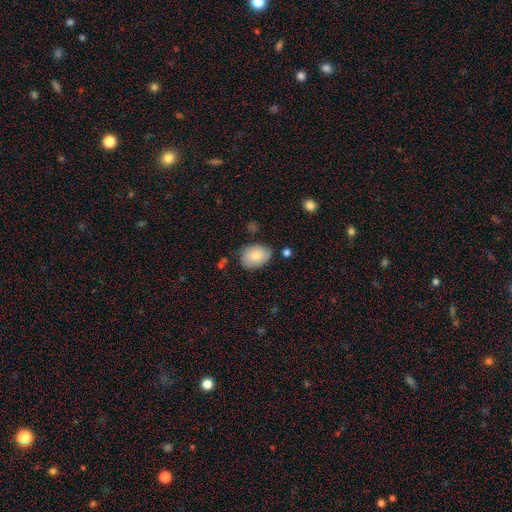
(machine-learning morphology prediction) Smooth or featured?
  - smooth: 80% *
  - featured or disk: 13%
  - star or artifact: 7%
How rounded?
  - in between: 71% *
  - round: 28%
  - cigar-shaped: 1%
Merging?
  - none: 71% *
  - minor disturbance: 21%
  - major disturbance: 4%
  - merger: 3%